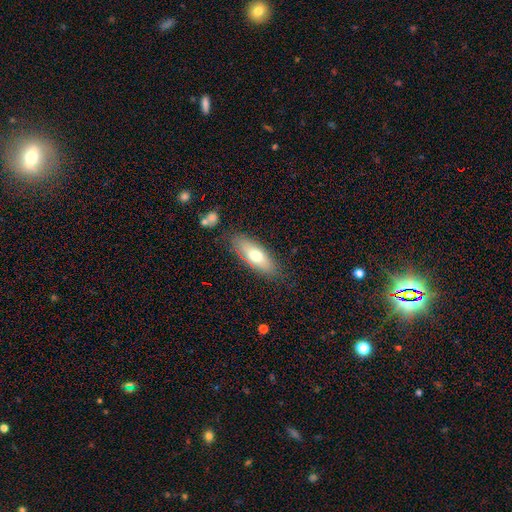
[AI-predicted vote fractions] Overall: smooth (64%; featured or disk 29%). How rounded: in between (70%). Merging: none (79%).